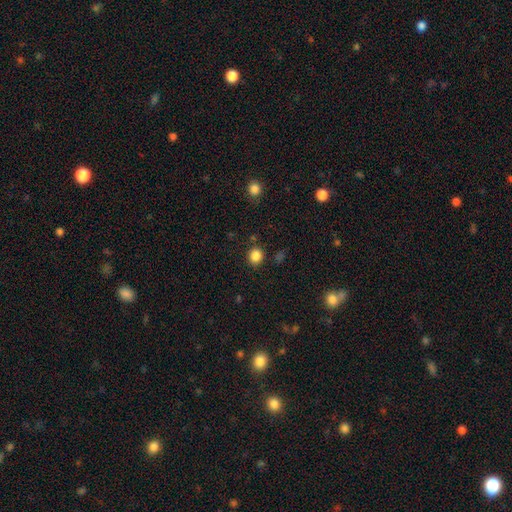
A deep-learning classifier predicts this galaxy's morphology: smooth 85%, star or artifact 11%, featured or disk 4%. Down the decision tree: how rounded — round (80%); merging — none (86%).